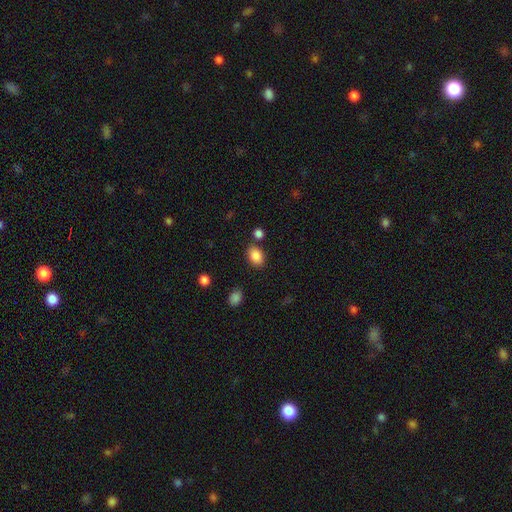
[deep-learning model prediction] Q: Smooth or featured?
A: smooth (87%); runner-up: star or artifact (9%)
Q: How rounded?
A: in between (75%); runner-up: round (24%)
Q: Merging?
A: none (79%); runner-up: minor disturbance (10%)